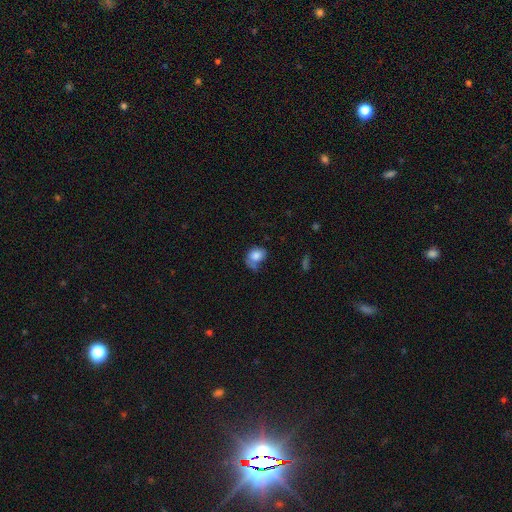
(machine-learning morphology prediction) This is likely a smooth galaxy (77%). How rounded: possibly in between (56%). Merging: marginally none (36%).